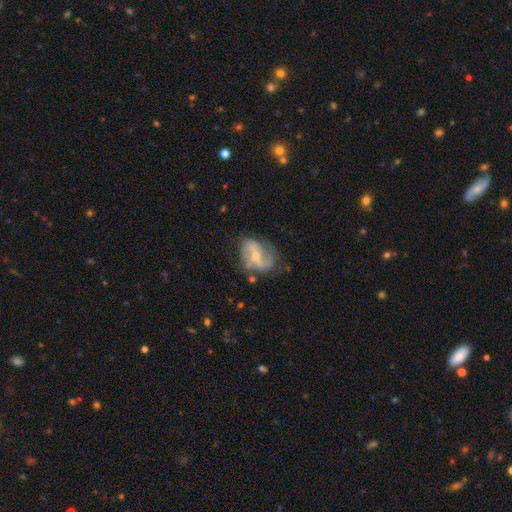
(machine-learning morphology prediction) A featured or disk galaxy (75%) with a weak bar (44%), 2 (79%) loose (49%) spiral arms (85%) and a small central bulge (57%).

Vote fractions:
- Smooth or featured? featured or disk: 75% / smooth: 18% / star or artifact: 7%
- Edge-on disk? no: 97% / yes: 3%
- Bar? weak: 44% / no: 32% / strong: 25%
- Spiral arms? yes: 85% / no: 15%
- Spiral winding? loose: 49% / medium: 37% / tight: 14%
- Spiral arm count? 2: 79% / can't tell: 11% / 1: 5% / 3: 3% / 4: 1% / more than 4: 1%
- Bulge size? small: 57% / moderate: 36% / none: 5% / large: 2% / dominant: 1%
- Merging? none: 57% / minor disturbance: 25% / major disturbance: 14% / merger: 4%